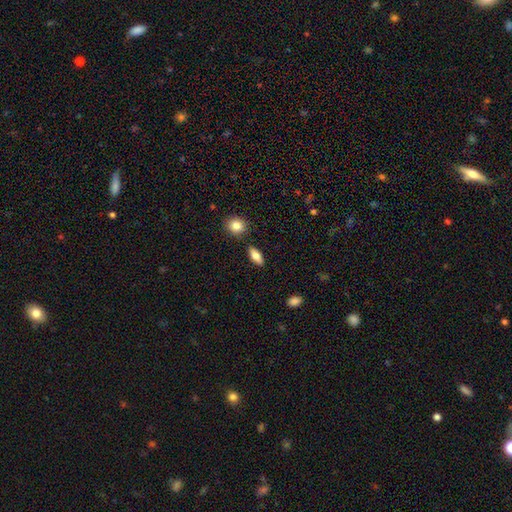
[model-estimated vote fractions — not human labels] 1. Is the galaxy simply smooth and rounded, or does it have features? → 77% smooth, 16% featured or disk, 7% star or artifact.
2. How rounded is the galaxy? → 79% in between, 17% cigar-shaped, 3% round.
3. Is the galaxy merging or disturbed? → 85% none, 9% minor disturbance, 4% merger, 2% major disturbance.